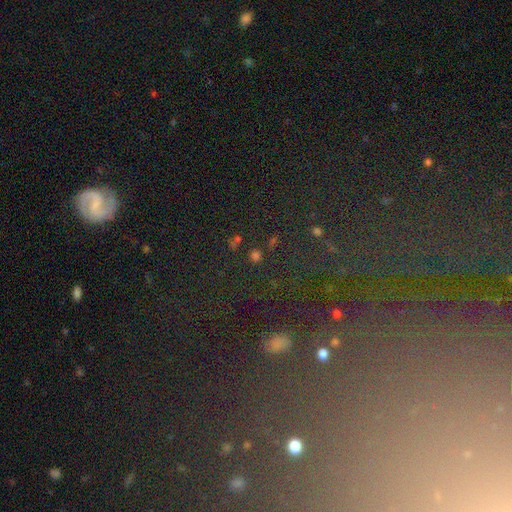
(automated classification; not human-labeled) Smooth or featured: star or artifact — 47% (smooth — 44%)